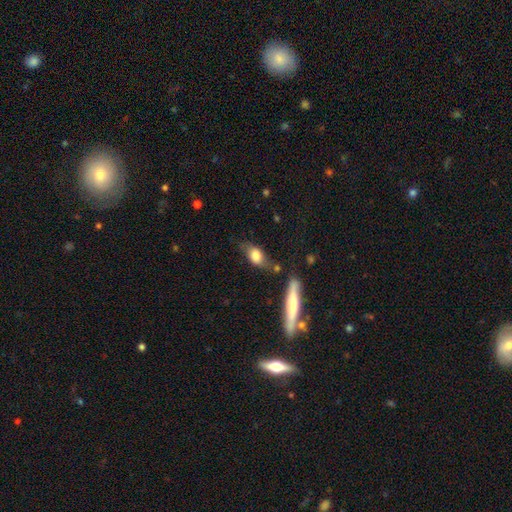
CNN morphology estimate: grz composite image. It shows a smooth galaxy with no disk features (70%) that is in between round and cigar-shaped (76%). Merging: none (58%).